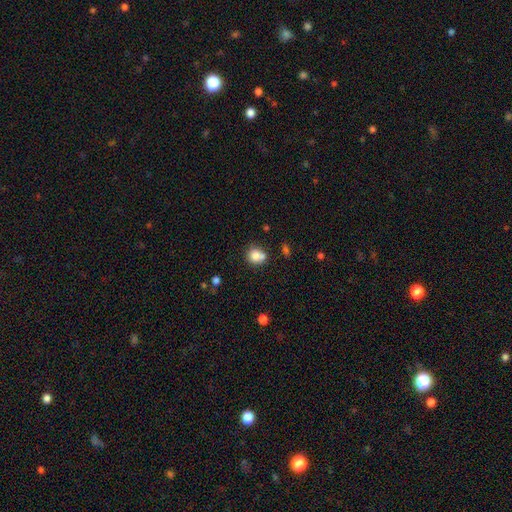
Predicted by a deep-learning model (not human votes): Smooth or featured? smooth (78%)
How rounded? round (81%)
Merging? none (49%)